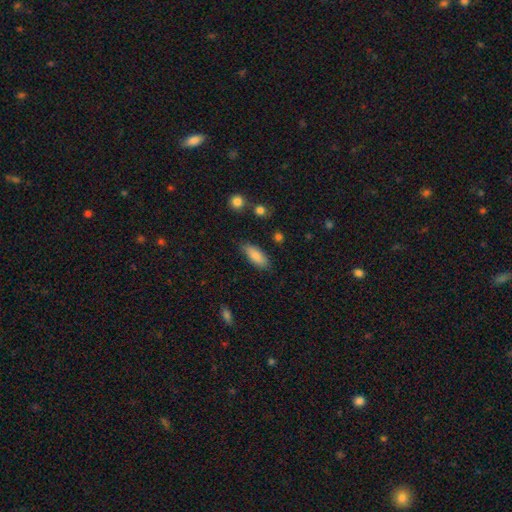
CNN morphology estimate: Overall: smooth (86%). How rounded: in between (77%). Merging: none (82%).